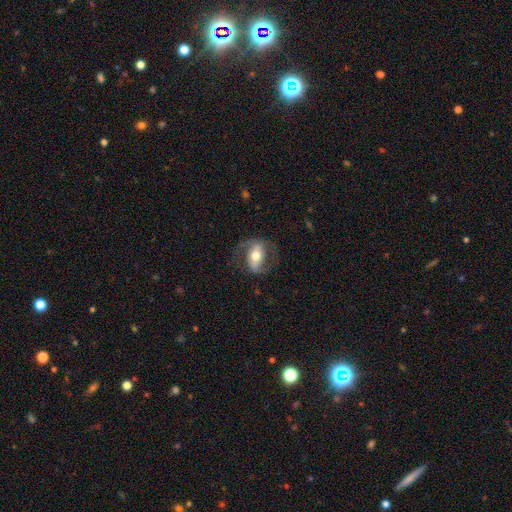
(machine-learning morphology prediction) This is likely a featured or disk galaxy (72%). It is clearly not viewed edge-on (92%). Bar: possibly strong (55%). Spiral arm pattern: likely yes (80%). Spiral arm count: clearly 2 (87%). Spiral winding: possibly medium (49%). Central bulge: likely moderate (69%). Merging: likely none (72%).